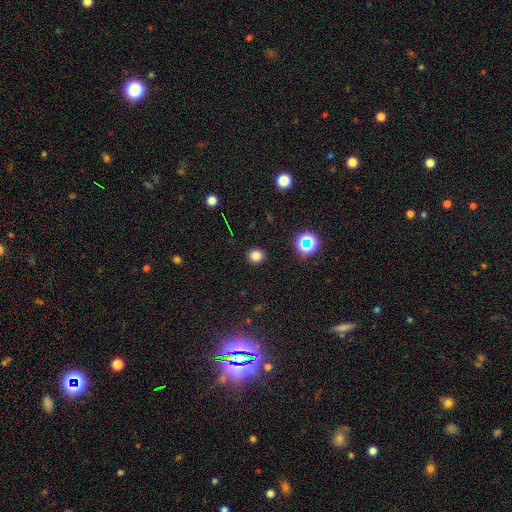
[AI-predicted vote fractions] This is likely a smooth galaxy (79%). How rounded: likely round (75%). Merging: clearly none (90%).